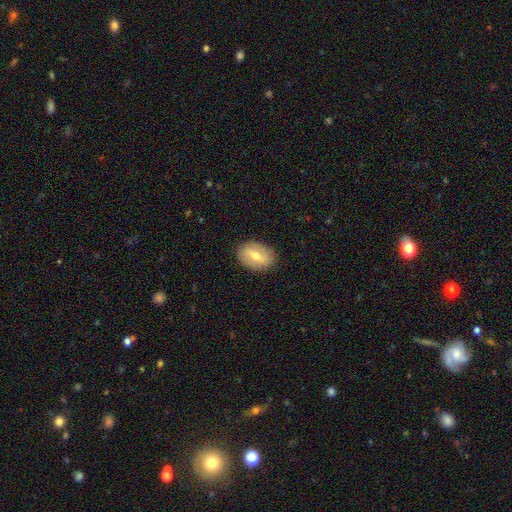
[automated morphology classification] Smooth or featured? smooth (58%)
How rounded? in between (77%)
Merging? none (87%)